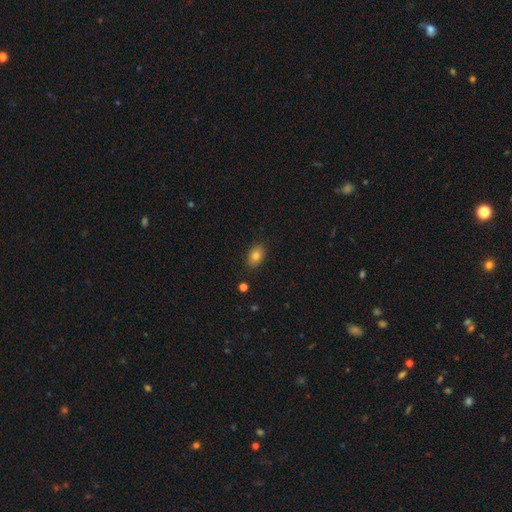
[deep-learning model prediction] This appears to be a smooth galaxy with no disk features (80%) that is in between round and cigar-shaped (80%). Merging: none (87%).